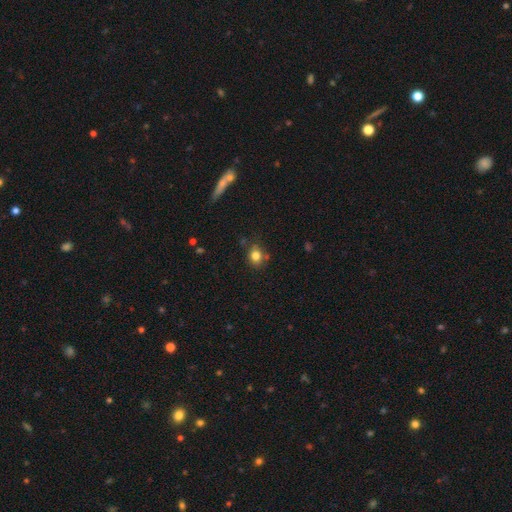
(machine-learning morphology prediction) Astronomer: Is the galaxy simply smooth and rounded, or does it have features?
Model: smooth — 80%.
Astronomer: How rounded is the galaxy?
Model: round — 61% (runner-up: in between, 38%).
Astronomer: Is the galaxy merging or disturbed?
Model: none — 72%.